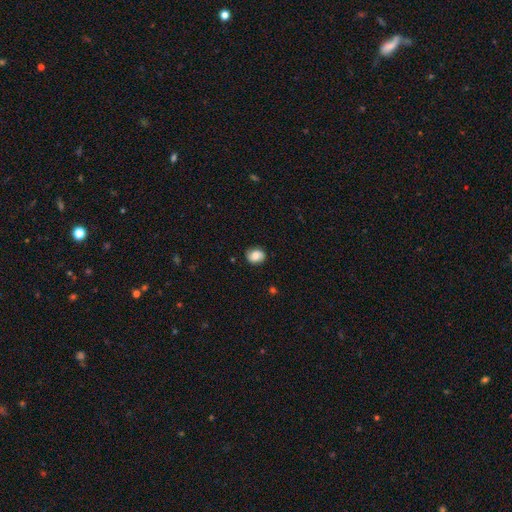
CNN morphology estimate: Overall: smooth (73%). How rounded: round (55%; in between 44%). Merging: none (82%).